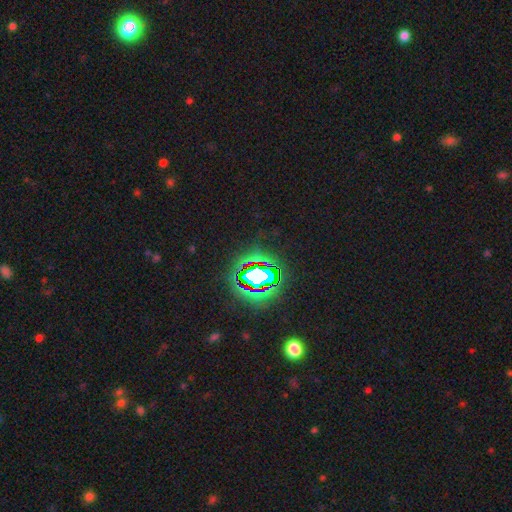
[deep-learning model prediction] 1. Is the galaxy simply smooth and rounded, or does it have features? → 81% star or artifact, 12% smooth, 8% featured or disk.